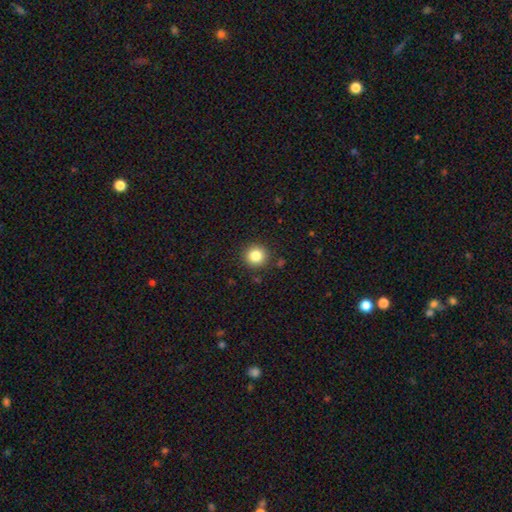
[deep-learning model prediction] A smooth galaxy with no disk features (83%) that is round (94%).

Vote fractions:
- Smooth or featured? smooth: 83% / star or artifact: 11% / featured or disk: 6%
- How rounded? round: 94% / in between: 5% / cigar-shaped: 1%
- Merging? none: 90% / minor disturbance: 6% / major disturbance: 2% / merger: 2%